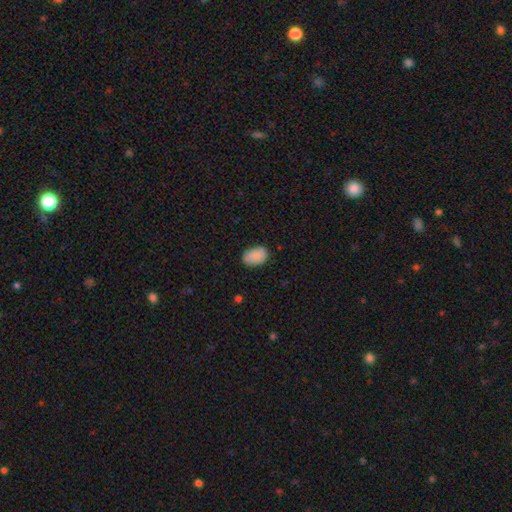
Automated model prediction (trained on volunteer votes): A smooth galaxy with no disk features (88%) that is in between round and cigar-shaped (88%).

Vote fractions:
- Smooth or featured? smooth: 88% / star or artifact: 7% / featured or disk: 5%
- How rounded? in between: 88% / round: 11% / cigar-shaped: 1%
- Merging? none: 83% / minor disturbance: 13% / major disturbance: 2% / merger: 1%